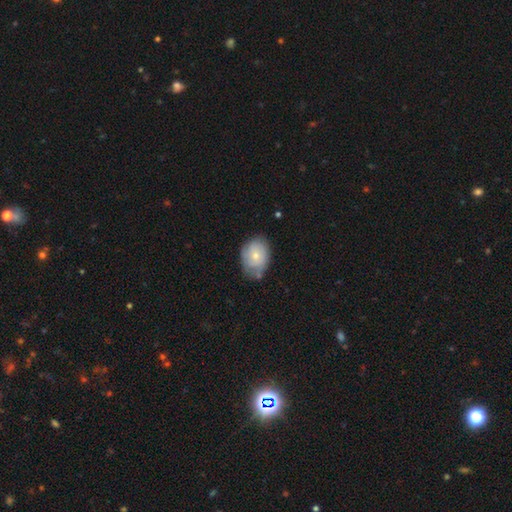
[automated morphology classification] The model was most divided on "how rounded": in between: 61%, round: 38%, cigar-shaped: 1%. More confident: smooth or featured — smooth (65%); merging — none (60%).